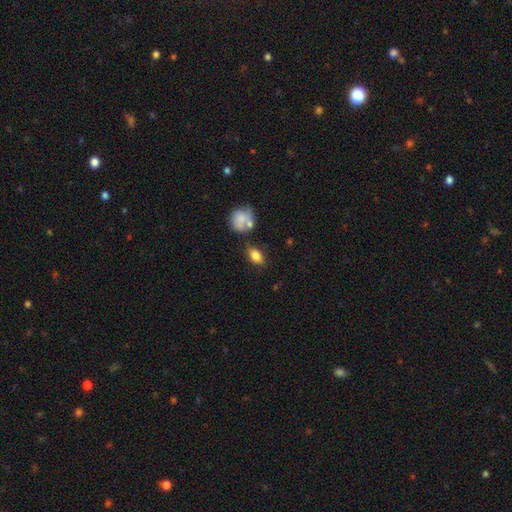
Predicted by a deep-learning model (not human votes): Morphology: type=smooth (82%); roundness=in between (85%); merging=none (73%).